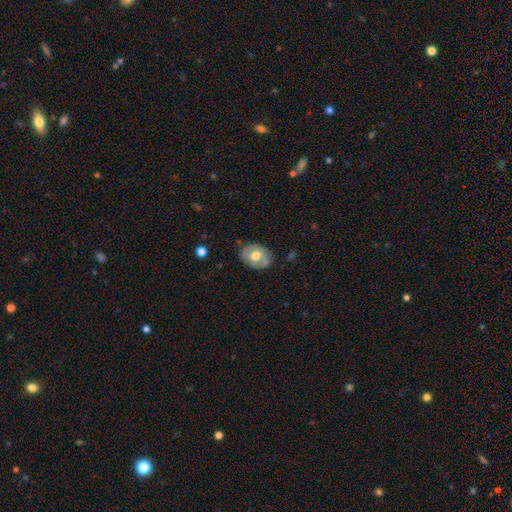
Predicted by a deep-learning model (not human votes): A featured or disk galaxy (53%).

Vote fractions:
- Smooth or featured? featured or disk: 53% / smooth: 41% / star or artifact: 6%
- Edge-on disk? no: 94% / yes: 6%
- Merging? none: 76% / minor disturbance: 18% / major disturbance: 5% / merger: 1%